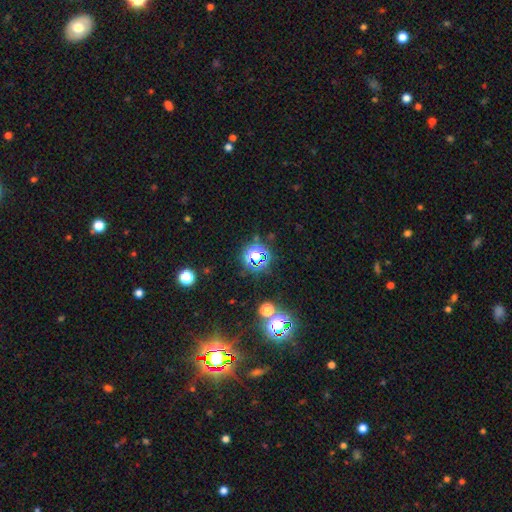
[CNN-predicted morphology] Smooth or featured? star or artifact (74%)